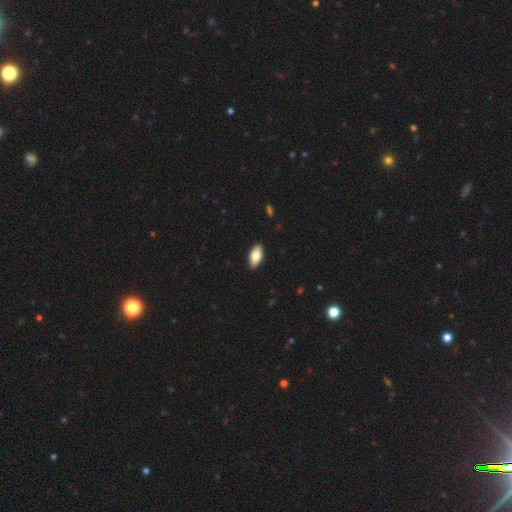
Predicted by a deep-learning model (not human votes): This appears to be a smooth galaxy with no disk features (80%) that is in between round and cigar-shaped (90%). Merging: none (90%).